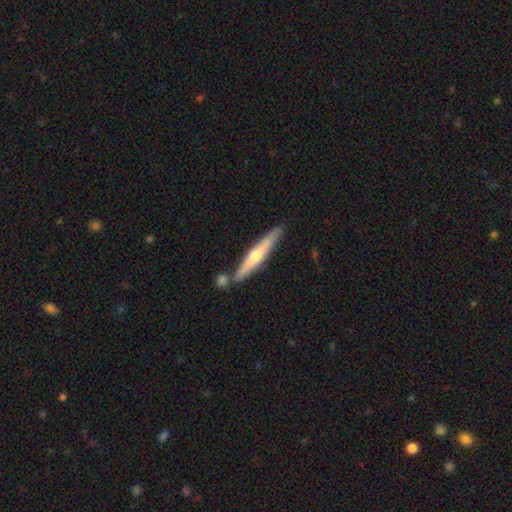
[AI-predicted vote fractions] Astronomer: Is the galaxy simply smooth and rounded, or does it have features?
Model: featured or disk — 57% (runner-up: smooth, 38%).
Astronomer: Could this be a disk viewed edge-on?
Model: yes — 95%.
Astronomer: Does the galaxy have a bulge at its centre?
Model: rounded — 84%.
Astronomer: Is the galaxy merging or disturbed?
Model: none — 77%.